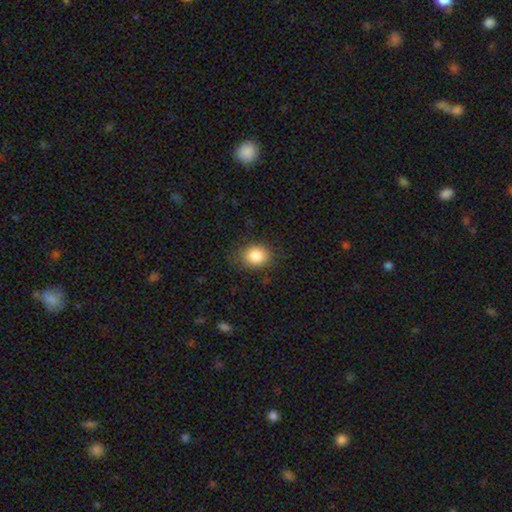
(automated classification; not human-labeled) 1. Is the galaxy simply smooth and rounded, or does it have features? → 85% smooth, 9% star or artifact, 6% featured or disk.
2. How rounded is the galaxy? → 51% in between, 48% round, 1% cigar-shaped.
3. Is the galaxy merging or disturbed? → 81% none, 14% minor disturbance, 4% major disturbance, 1% merger.